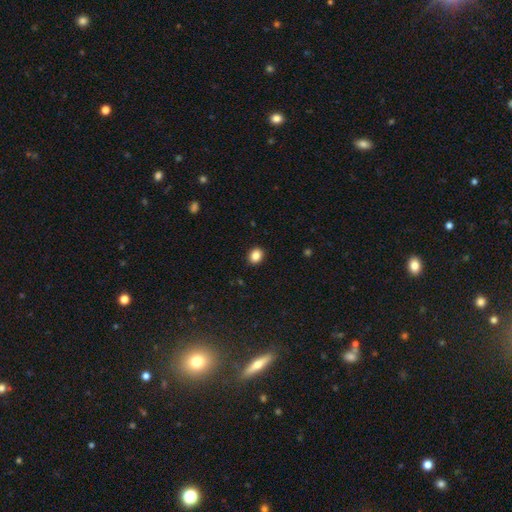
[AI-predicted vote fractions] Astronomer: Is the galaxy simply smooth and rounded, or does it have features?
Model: smooth — 87%.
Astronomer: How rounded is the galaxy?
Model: round — 51% (runner-up: in between, 48%).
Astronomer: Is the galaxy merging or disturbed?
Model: none — 91%.